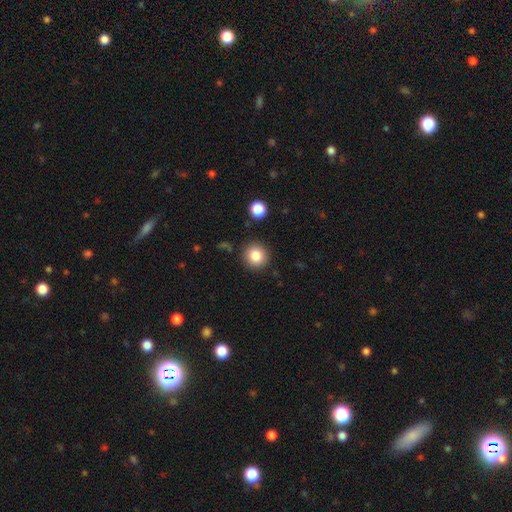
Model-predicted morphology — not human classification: smooth_or_featured: smooth (p=0.84) [alt: star or artifact p=0.10]
how_rounded: round (p=0.92) [alt: in between p=0.07]
merging: none (p=0.87) [alt: minor disturbance p=0.08]